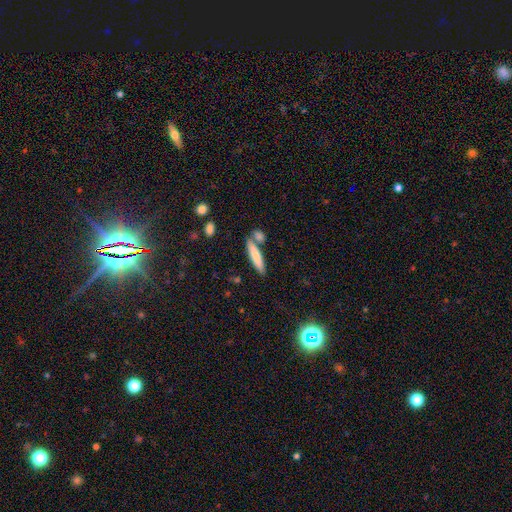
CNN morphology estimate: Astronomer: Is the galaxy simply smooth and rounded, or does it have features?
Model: smooth — 73%.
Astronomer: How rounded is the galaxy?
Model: cigar-shaped — 83%.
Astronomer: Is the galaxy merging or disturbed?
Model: none — 69%.